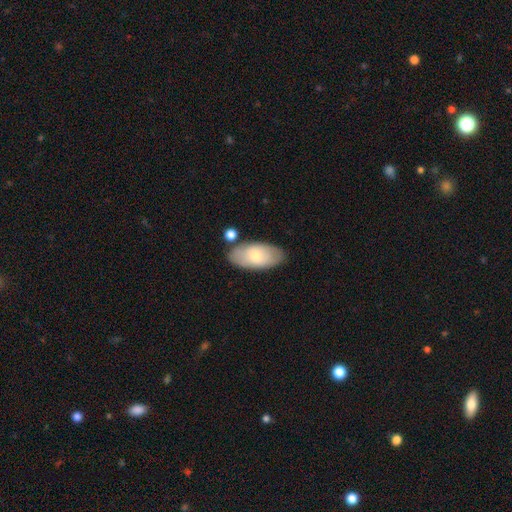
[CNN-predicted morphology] Smooth or featured: smooth — 69% (featured or disk — 25%)
How rounded: in between — 94% (cigar-shaped — 4%)
Merging: none — 74% (minor disturbance — 15%)